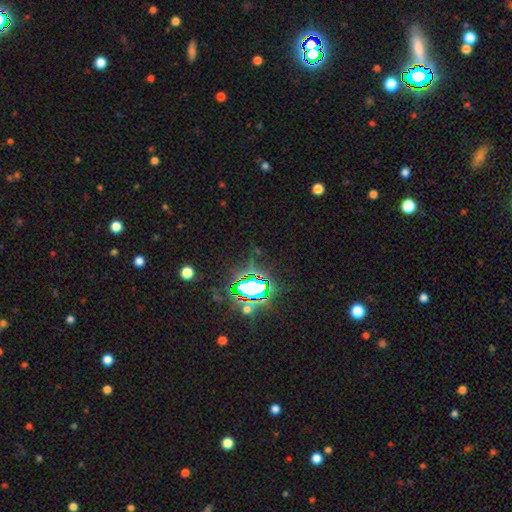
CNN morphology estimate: A star or artifact, not a galaxy (81%).

Vote fractions:
- Smooth or featured? star or artifact: 81% / smooth: 11% / featured or disk: 8%